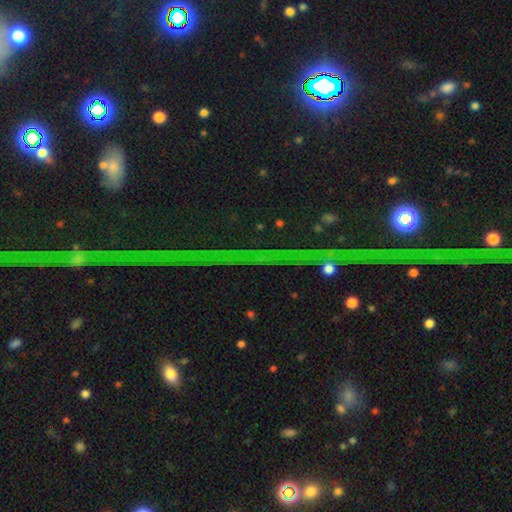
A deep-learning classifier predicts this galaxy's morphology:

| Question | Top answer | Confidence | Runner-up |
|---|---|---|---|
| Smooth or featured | star or artifact | 77% | featured or disk (13%) |